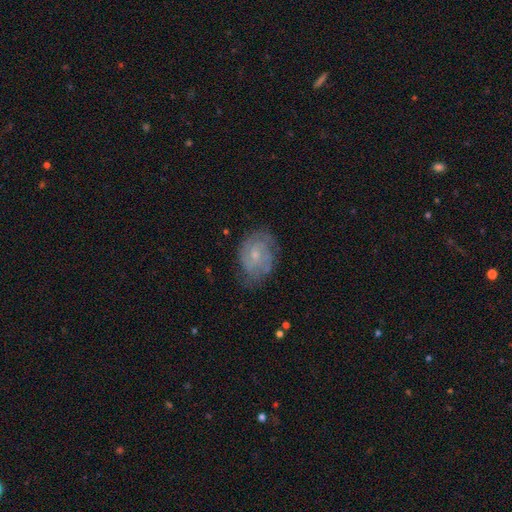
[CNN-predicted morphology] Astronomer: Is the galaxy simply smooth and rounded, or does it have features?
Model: featured or disk — 68%.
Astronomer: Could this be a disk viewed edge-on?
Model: no — 97%.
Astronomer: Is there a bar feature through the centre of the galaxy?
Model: no — 66%.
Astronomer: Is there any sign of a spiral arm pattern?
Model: yes — 86%.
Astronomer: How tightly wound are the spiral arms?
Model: tight — 54% (runner-up: medium, 35%).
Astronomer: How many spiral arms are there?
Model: can't tell — 39% (runner-up: 2, 35%).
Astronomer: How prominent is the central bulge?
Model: small — 69%.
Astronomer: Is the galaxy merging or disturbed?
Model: none — 66%.